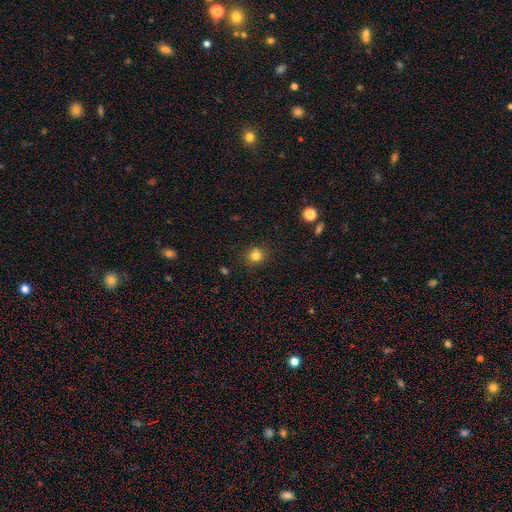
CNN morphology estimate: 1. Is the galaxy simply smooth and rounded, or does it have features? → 81% smooth, 14% star or artifact, 6% featured or disk.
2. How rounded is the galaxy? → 88% round, 11% in between, 1% cigar-shaped.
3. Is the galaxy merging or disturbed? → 86% none, 9% minor disturbance, 3% merger, 3% major disturbance.